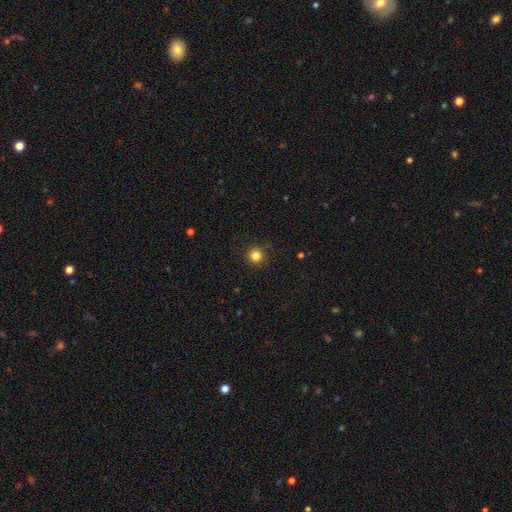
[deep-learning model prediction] The model was most divided on "smooth or featured": smooth: 83%, star or artifact: 13%, featured or disk: 4%. More confident: how rounded — round (95%); merging — none (87%).